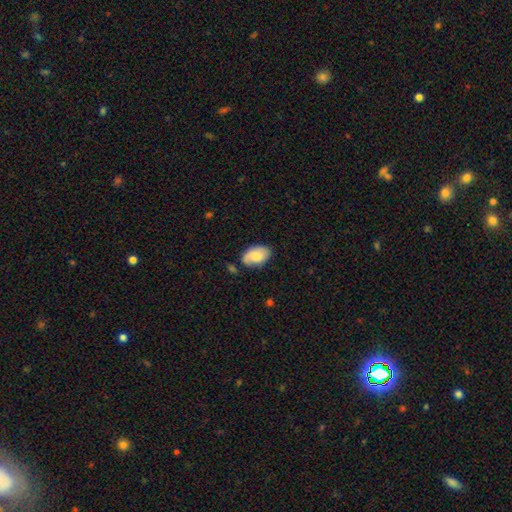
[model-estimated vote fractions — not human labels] Overall: smooth (72%). How rounded: in between (90%). Merging: none (71%).